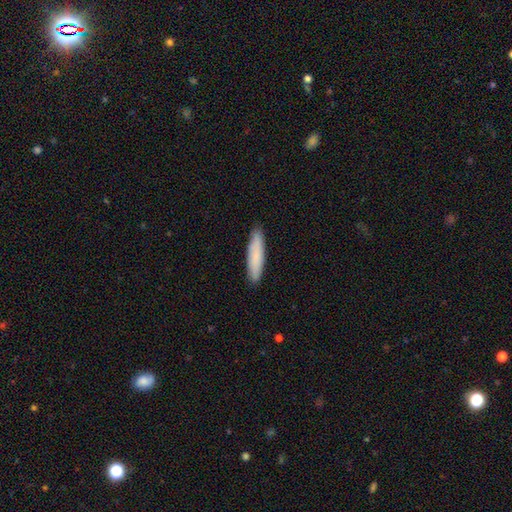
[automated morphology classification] Smooth or featured: smooth — 81% (featured or disk — 13%)
How rounded: cigar-shaped — 83% (in between — 15%)
Merging: none — 90% (minor disturbance — 8%)